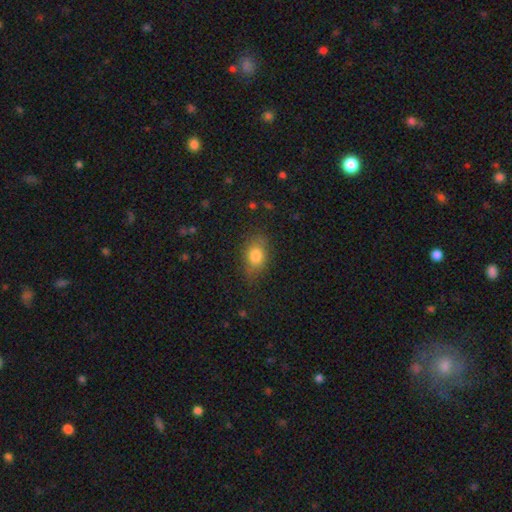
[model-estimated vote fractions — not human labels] A smooth galaxy with no disk features (79%) that is in between round and cigar-shaped (76%). Merging: none (71%).